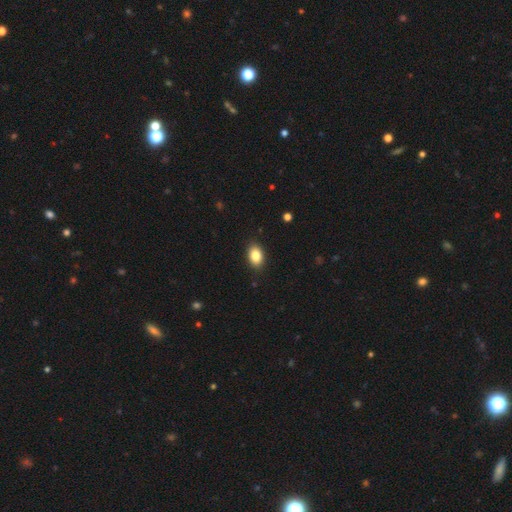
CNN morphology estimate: This is clearly a smooth galaxy (85%). How rounded: clearly in between (85%). Merging: clearly none (89%).